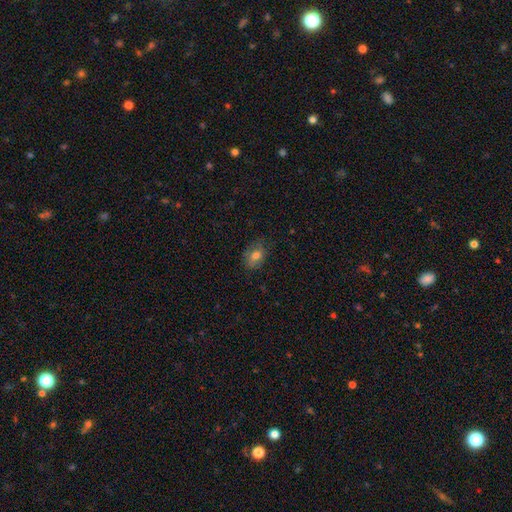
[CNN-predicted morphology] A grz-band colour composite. It shows a smooth galaxy with no disk features (69%) that is in between round and cigar-shaped (75%). Merging: none (72%).